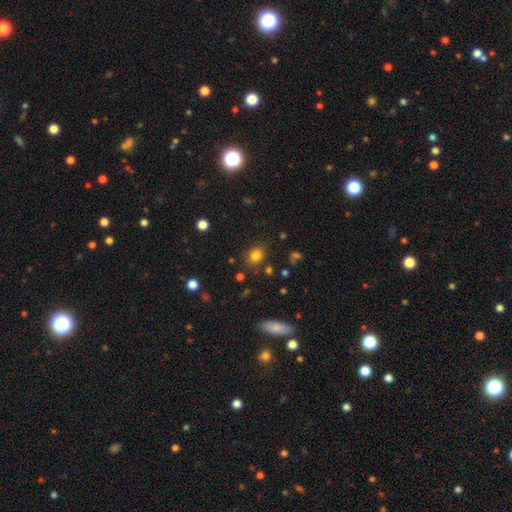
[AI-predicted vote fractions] Overall: smooth (81%). How rounded: in between (57%; round 42%). Merging: none (80%).